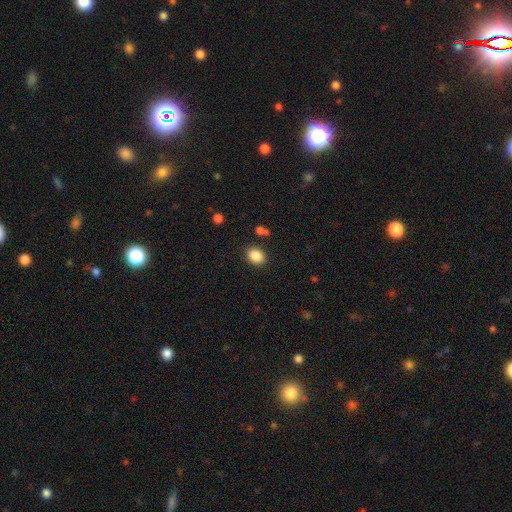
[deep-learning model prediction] This appears to be a smooth galaxy with no disk features (87%) that is in between round and cigar-shaped (55%). Merging: none (85%).